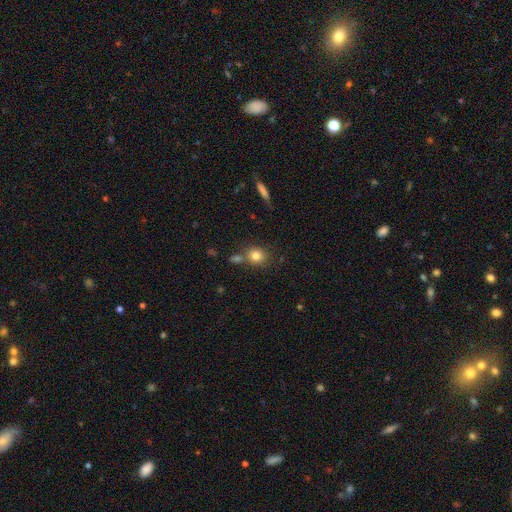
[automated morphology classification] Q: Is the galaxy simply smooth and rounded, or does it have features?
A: smooth — 81%.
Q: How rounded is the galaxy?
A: round — 78%.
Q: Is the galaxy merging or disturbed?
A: none — 67%.